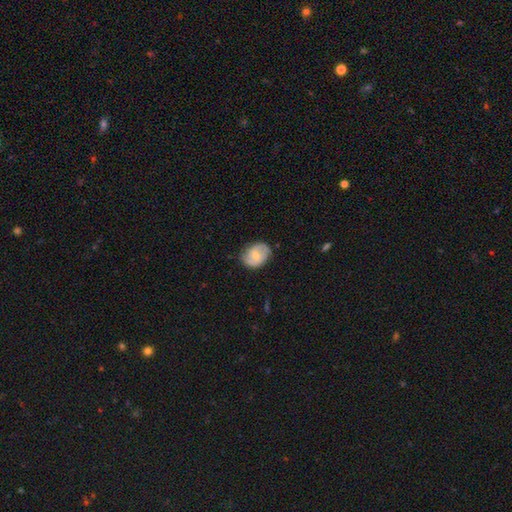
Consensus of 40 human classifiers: smooth-or-featured: featured or disk: 55% | smooth: 38% | star or artifact: 8%
  disk-edge-on: no: 100% | yes: 0%
    bar: no: 50% | weak: 41% | strong: 9%
    has-spiral-arms: yes: 64% | no: 36%
      spiral-winding: medium: 50% | tight: 29% | loose: 21%
      spiral-arm-count: 2: 79% | can't tell: 14% | 1: 7% | 3: 0% | 4: 0% | more than 4: 0%
    bulge-size: moderate: 82% | small: 14% | none: 5% | dominant: 0% | large: 0%
  merging: none: 59% | minor disturbance: 38% | major disturbance: 3% | merger: 0%